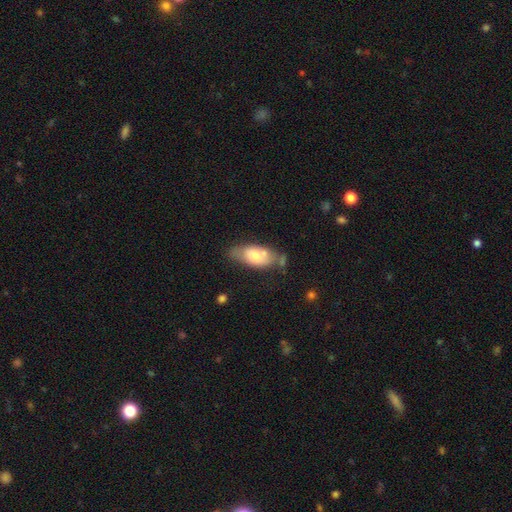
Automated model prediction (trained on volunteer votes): This is likely a smooth galaxy (65%). How rounded: clearly in between (88%). Merging: possibly none (52%).